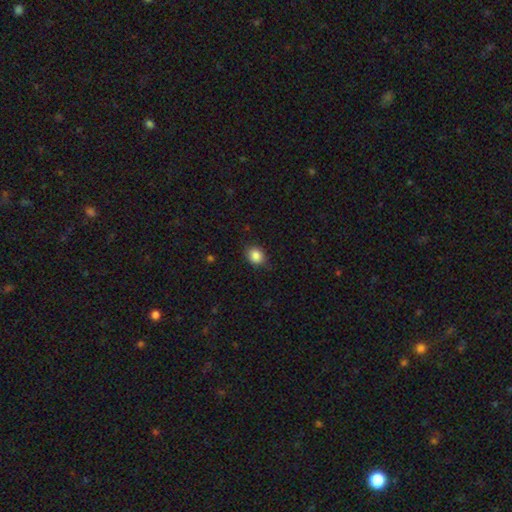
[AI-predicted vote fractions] The model was most divided on "how rounded": round: 53%, in between: 46%, cigar-shaped: 1%. More confident: smooth or featured — smooth (86%); merging — none (83%).